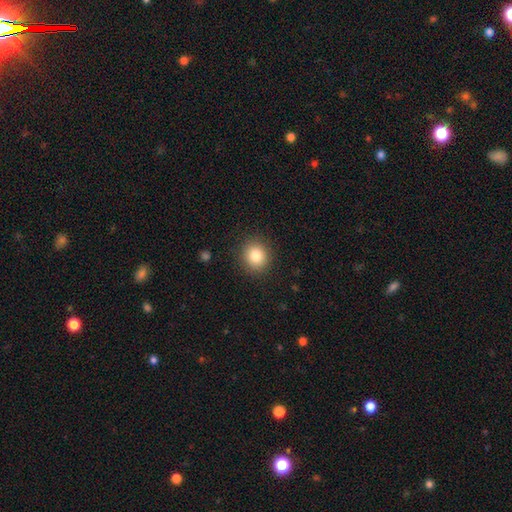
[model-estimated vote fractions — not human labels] smooth_or_featured: smooth (p=0.83) [alt: star or artifact p=0.10]
how_rounded: round (p=0.84) [alt: in between p=0.15]
merging: none (p=0.89) [alt: minor disturbance p=0.07]